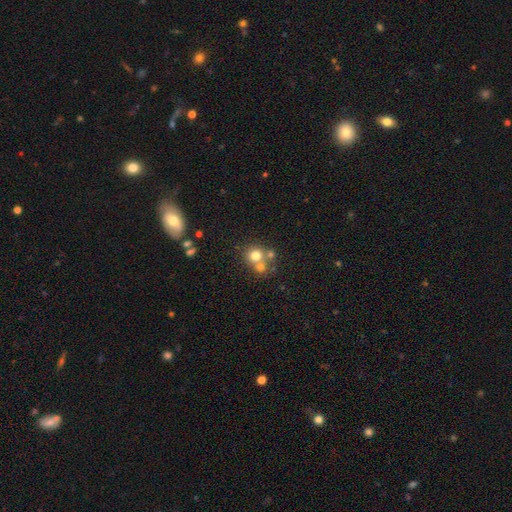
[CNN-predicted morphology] smooth 71%, featured or disk 15%, star or artifact 14%. Down the decision tree: how rounded — round (86%); merging — none (48%).